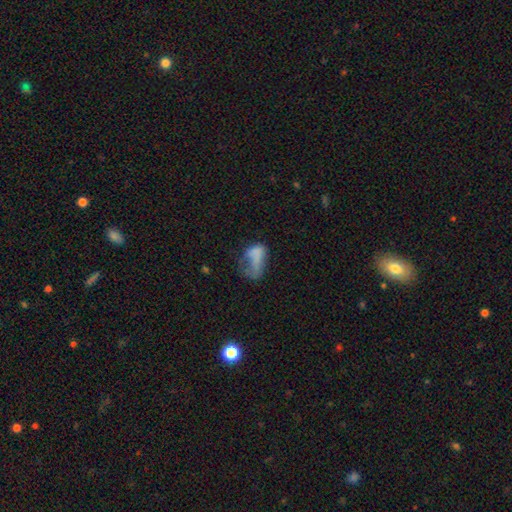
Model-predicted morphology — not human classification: This appears to be a smooth galaxy with no disk features (62%) that is in between round and cigar-shaped (87%). Merging: major disturbance (54%).